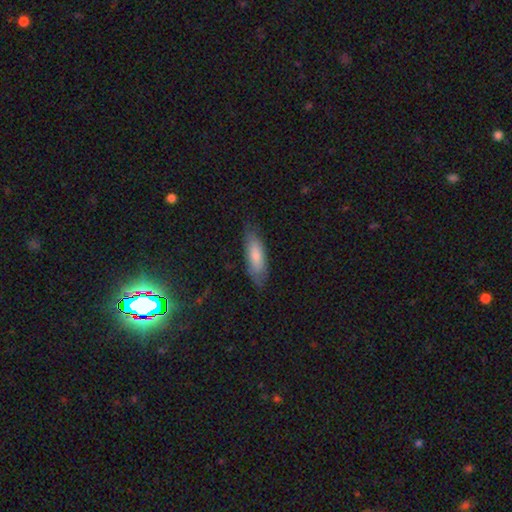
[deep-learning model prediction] Smooth or featured?
  - smooth: 75% *
  - featured or disk: 20%
  - star or artifact: 6%
How rounded?
  - in between: 58% *
  - cigar-shaped: 40%
  - round: 2%
Merging?
  - none: 74% *
  - minor disturbance: 20%
  - major disturbance: 5%
  - merger: 1%